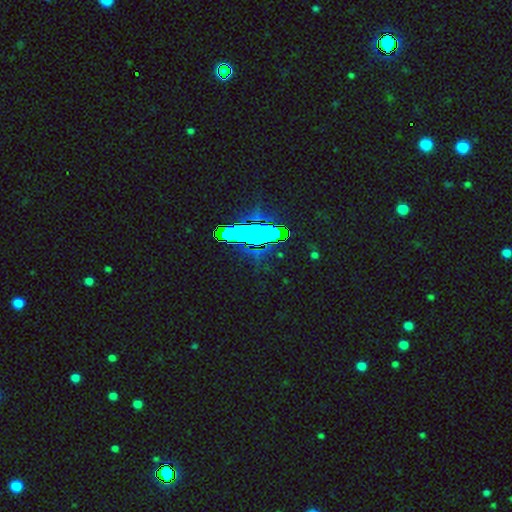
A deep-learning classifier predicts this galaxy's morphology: star or artifact 67%, smooth 19%, featured or disk 14%.